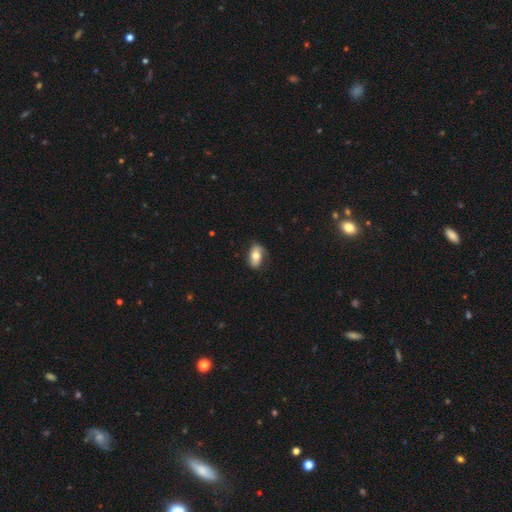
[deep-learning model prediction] Morphology: type=smooth (64%); roundness=in between (87%); merging=none (71%).